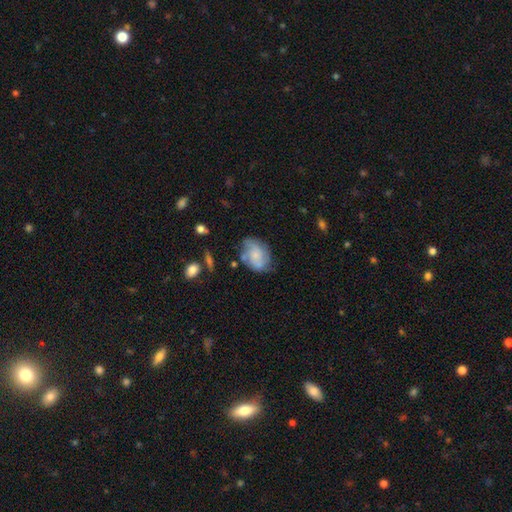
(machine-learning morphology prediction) The model was most divided on "smooth or featured": featured or disk: 55%, smooth: 37%, star or artifact: 8%. Remaining: edge-on disk — no (97%); spiral arms — yes (84%); bar — no (73%); merging — none (61%); bulge size — small (47%).